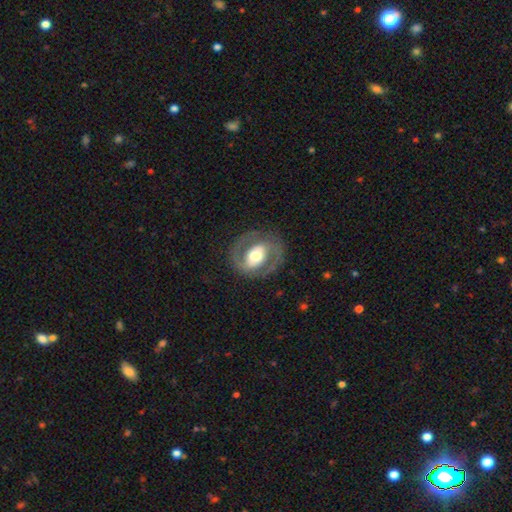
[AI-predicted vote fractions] Q: Smooth or featured?
A: featured or disk (80%); runner-up: smooth (14%)
Q: Edge-on disk?
A: no (97%); runner-up: yes (3%)
Q: Bar?
A: weak (35%); tied with: strong (35%)
Q: Spiral arms?
A: yes (85%); runner-up: no (15%)
Q: Spiral winding?
A: medium (52%); runner-up: tight (33%)
Q: Spiral arm count?
A: 2 (89%); runner-up: can't tell (5%)
Q: Bulge size?
A: moderate (61%); runner-up: large (27%)
Q: Merging?
A: none (80%); runner-up: minor disturbance (12%)